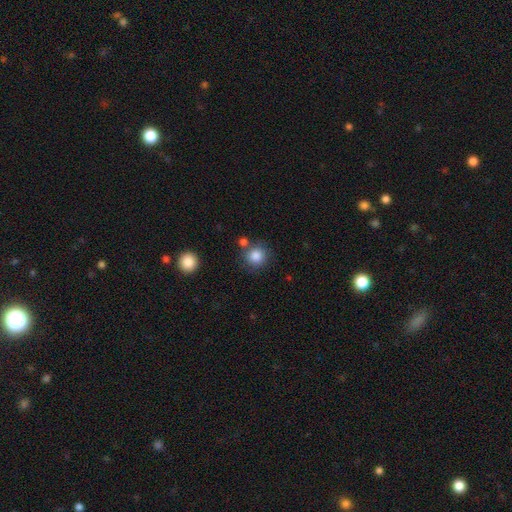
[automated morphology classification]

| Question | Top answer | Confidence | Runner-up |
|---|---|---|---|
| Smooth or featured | smooth | 85% | star or artifact (9%) |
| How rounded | round | 91% | in between (8%) |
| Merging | none | 75% | minor disturbance (11%) |